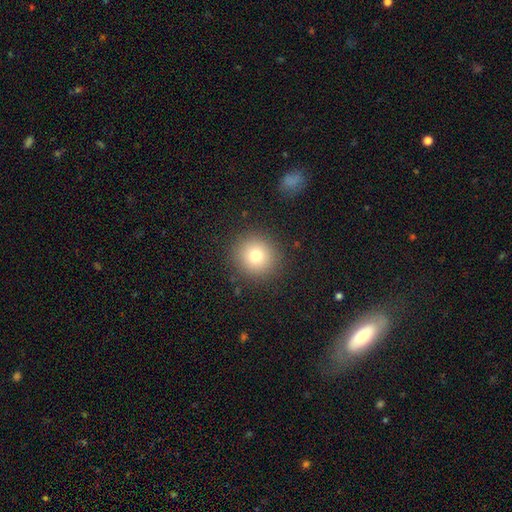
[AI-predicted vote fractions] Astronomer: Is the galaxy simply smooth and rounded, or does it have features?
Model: smooth — 77%.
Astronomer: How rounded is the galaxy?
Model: round — 94%.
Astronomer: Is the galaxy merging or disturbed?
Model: none — 90%.